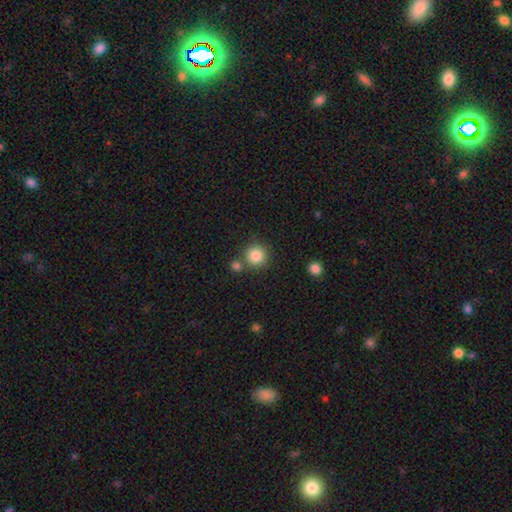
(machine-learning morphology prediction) smooth_or_featured: smooth (p=0.85) [alt: star or artifact p=0.10]
how_rounded: round (p=0.93) [alt: in between p=0.06]
merging: none (p=0.73) [alt: merger p=0.16]